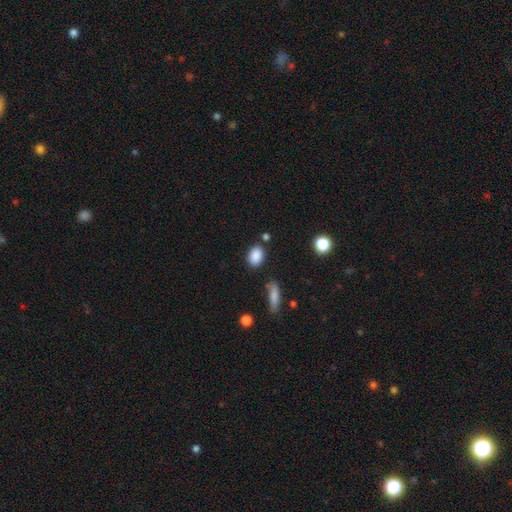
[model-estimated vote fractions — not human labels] This is clearly a smooth galaxy (87%). How rounded: likely in between (76%). Merging: likely none (78%).